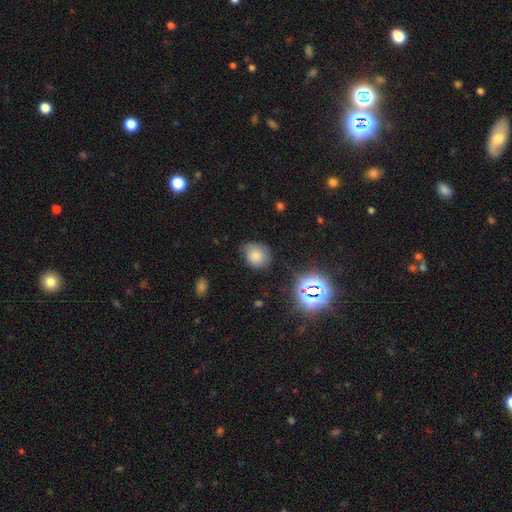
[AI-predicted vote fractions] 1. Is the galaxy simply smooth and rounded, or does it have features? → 75% smooth, 15% star or artifact, 10% featured or disk.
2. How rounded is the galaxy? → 66% round, 33% in between, 1% cigar-shaped.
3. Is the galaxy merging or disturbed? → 62% none, 29% minor disturbance, 7% major disturbance, 2% merger.